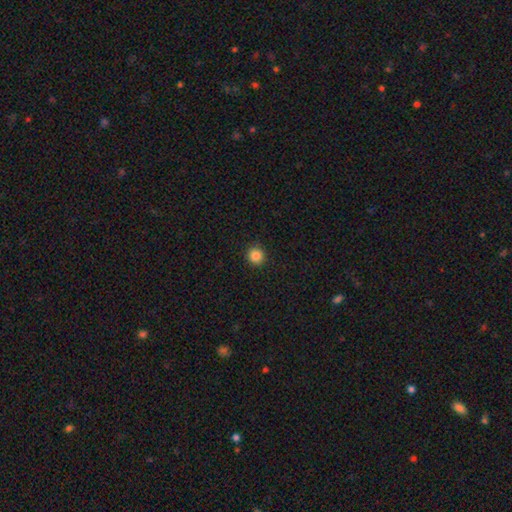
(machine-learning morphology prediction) Smooth or featured: smooth — 86% (star or artifact — 11%)
How rounded: round — 93% (in between — 6%)
Merging: none — 92% (minor disturbance — 5%)